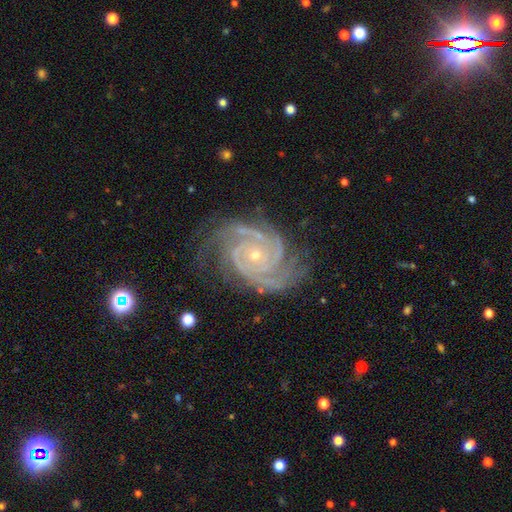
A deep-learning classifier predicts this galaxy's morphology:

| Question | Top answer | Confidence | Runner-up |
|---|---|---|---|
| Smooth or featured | featured or disk | 93% | star or artifact (5%) |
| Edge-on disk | no | 98% | yes (2%) |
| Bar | no | 76% | weak (17%) |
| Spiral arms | yes | 99% | no (1%) |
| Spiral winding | tight | 74% | medium (24%) |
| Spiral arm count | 3 | 35% | 2 (21%) |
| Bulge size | small | 76% | moderate (21%) |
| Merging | none | 74% | minor disturbance (18%) |